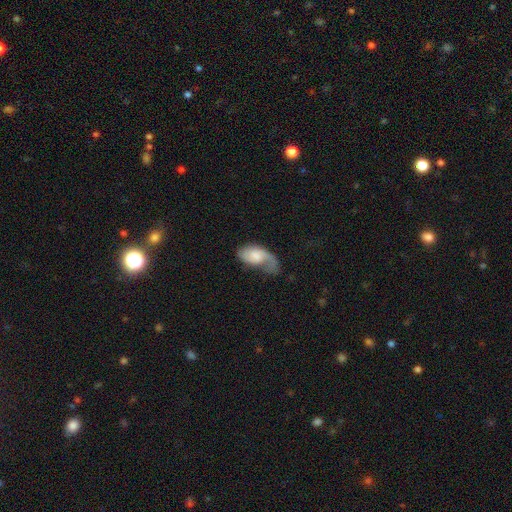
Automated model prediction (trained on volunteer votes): featured or disk 55%, smooth 39%, star or artifact 6%. Down the decision tree: edge-on disk — no (95%); bar — no (59%); spiral arms — yes (87%); bulge size — moderate (37%); merging — major disturbance (37%).